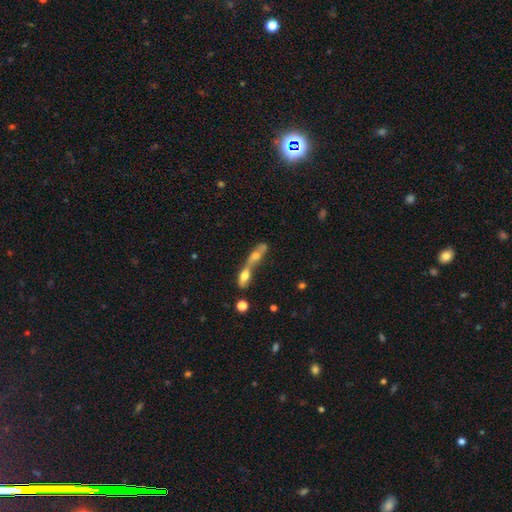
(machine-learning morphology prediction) Smooth or featured? smooth (56%)
How rounded? in between (52%)
Merging? merger (77%)